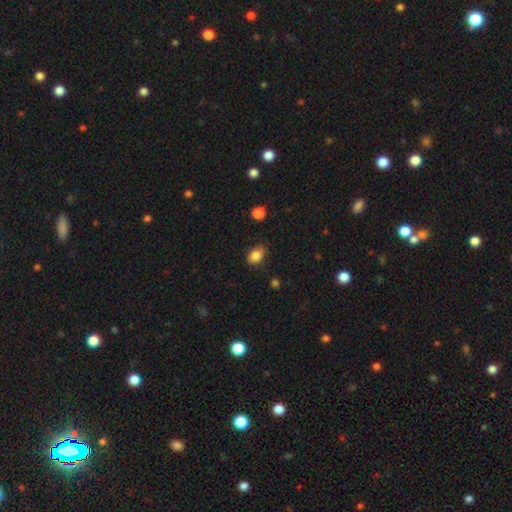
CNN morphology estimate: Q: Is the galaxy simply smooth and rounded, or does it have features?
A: smooth — 85%.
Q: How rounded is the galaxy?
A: in between — 70%.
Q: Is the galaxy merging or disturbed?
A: none — 74%.